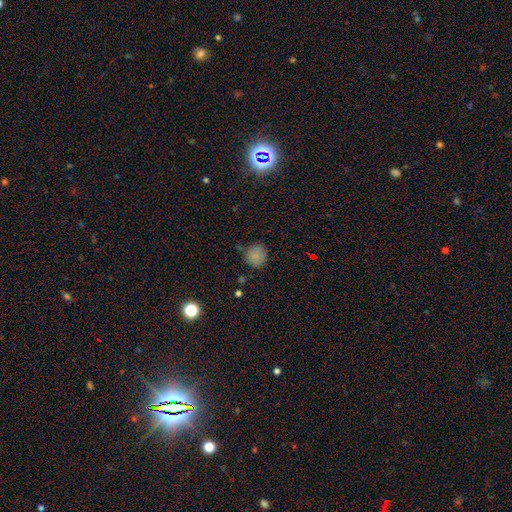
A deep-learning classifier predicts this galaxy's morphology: A smooth galaxy with no disk features (81%) that is round (90%). Merging: none (67%).